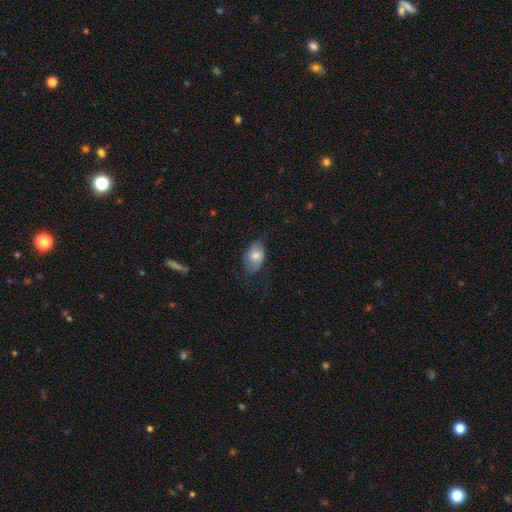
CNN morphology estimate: Smooth or featured?
  - smooth: 70% *
  - featured or disk: 23%
  - star or artifact: 7%
How rounded?
  - in between: 89% *
  - round: 10%
  - cigar-shaped: 1%
Merging?
  - none: 63% *
  - minor disturbance: 27%
  - major disturbance: 9%
  - merger: 1%